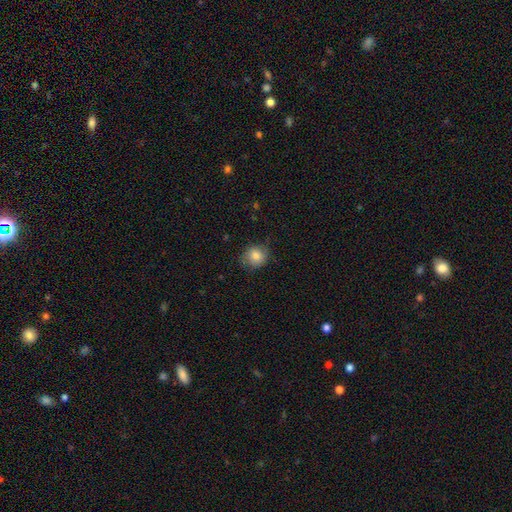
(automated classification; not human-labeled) Overall: smooth (81%). How rounded: round (79%). Merging: none (72%).